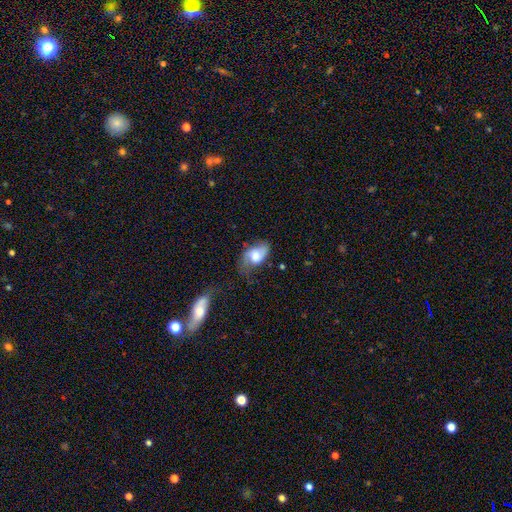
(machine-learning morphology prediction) Smooth or featured: featured or disk — 49% (smooth — 43%)
Merging: none — 45% (minor disturbance — 32%)